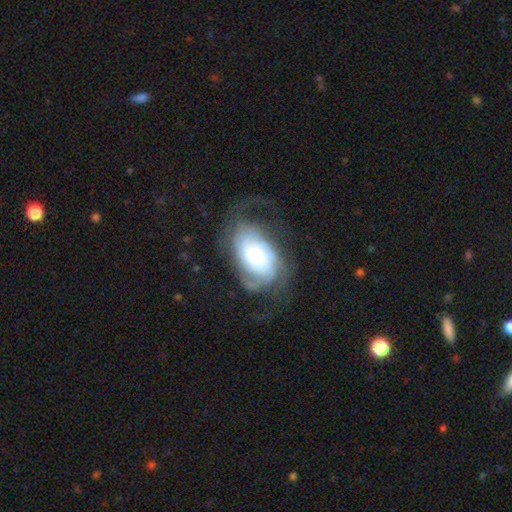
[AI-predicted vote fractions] This appears to be a featured or disk galaxy (73%) with no bar (73%), tight (46%) spiral arms (88%) and a moderate central bulge (56%). Merging: none (48%).